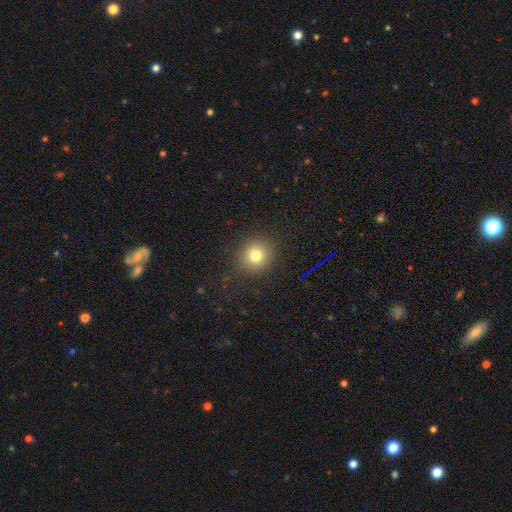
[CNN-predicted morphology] smooth 77%, star or artifact 14%, featured or disk 8%. Down the decision tree: how rounded — round (87%); merging — none (87%).